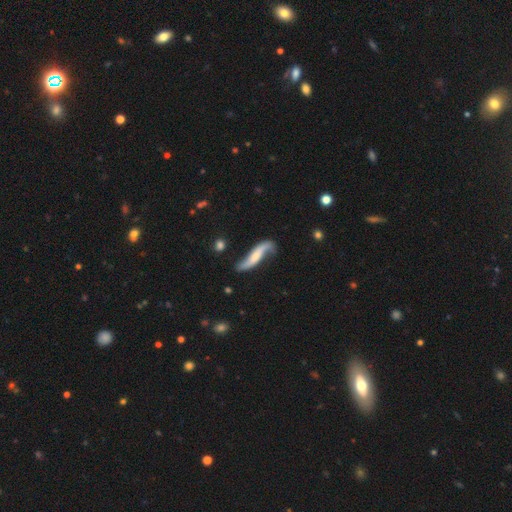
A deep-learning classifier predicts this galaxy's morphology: Q: Smooth or featured?
A: featured or disk (71%); runner-up: smooth (23%)
Q: Edge-on disk?
A: no (74%); runner-up: yes (26%)
Q: Bar?
A: no (47%); runner-up: weak (29%)
Q: Spiral arms?
A: yes (91%); runner-up: no (9%)
Q: Bulge size?
A: small (43%); runner-up: moderate (33%)
Q: Merging?
A: none (57%); runner-up: minor disturbance (25%)